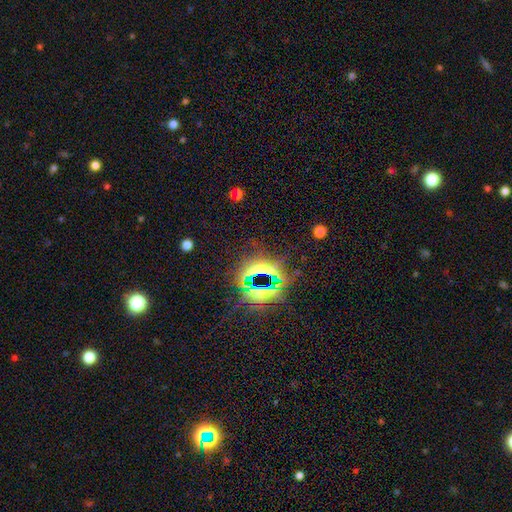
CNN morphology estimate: smooth_or_featured: star or artifact (p=0.74) [alt: smooth p=0.15]